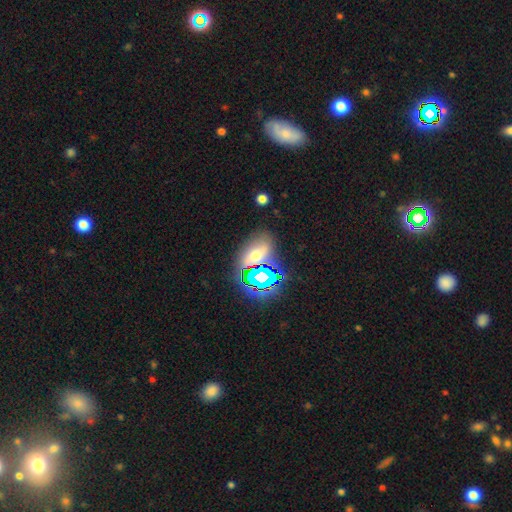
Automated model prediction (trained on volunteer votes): Smooth or featured? Predicted: smooth (p=0.46). Merging? Predicted: none (p=0.67).